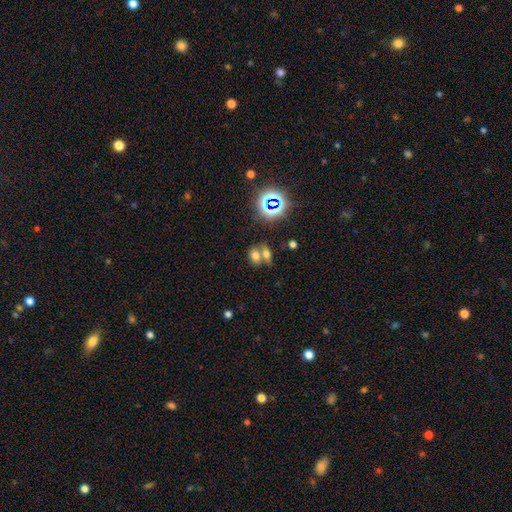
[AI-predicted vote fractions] Smooth or featured? Predicted: smooth (p=0.63). How rounded? Predicted: in between (p=0.65). Merging? Predicted: merger (p=0.57).